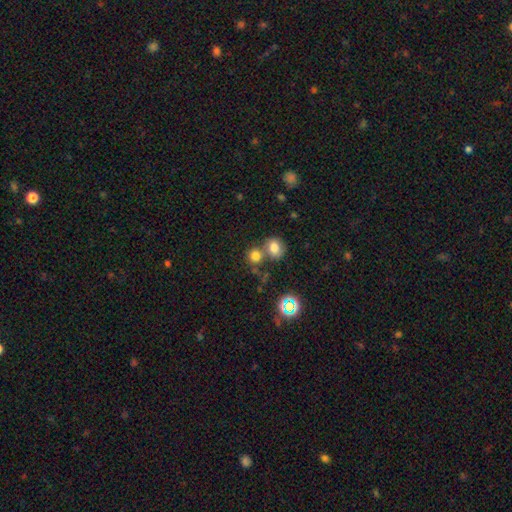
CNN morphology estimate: Smooth or featured? smooth (74%)
How rounded? round (80%)
Merging? none (53%)